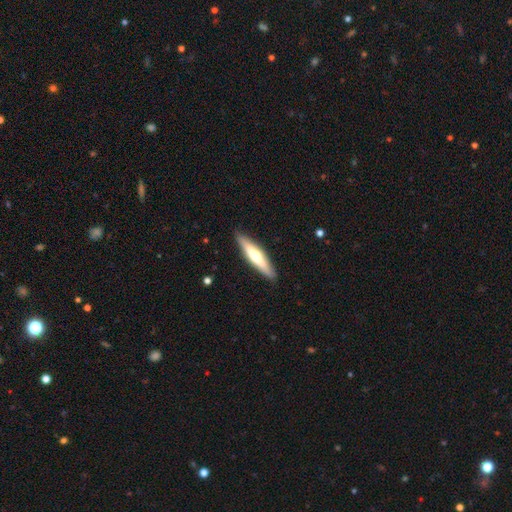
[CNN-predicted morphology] Smooth or featured? featured or disk (50%)
Merging? none (90%)